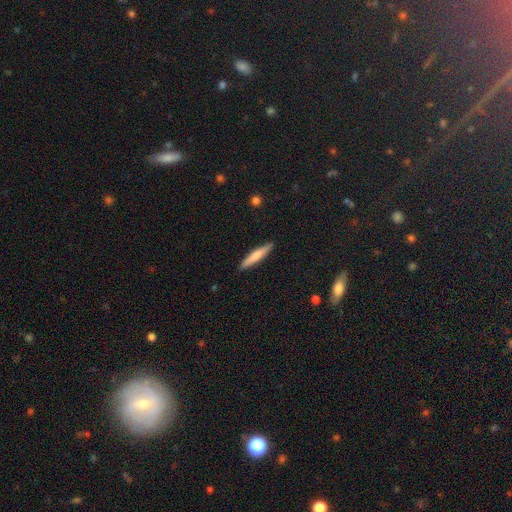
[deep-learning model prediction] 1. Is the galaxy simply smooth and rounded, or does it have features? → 66% smooth, 29% featured or disk, 5% star or artifact.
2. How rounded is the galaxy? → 91% cigar-shaped, 7% in between, 1% round.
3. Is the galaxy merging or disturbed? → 90% none, 7% minor disturbance, 1% major disturbance, 1% merger.